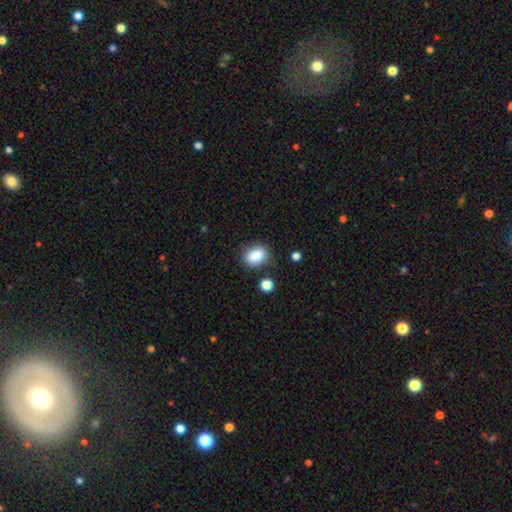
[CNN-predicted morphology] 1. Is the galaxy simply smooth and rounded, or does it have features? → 86% smooth, 9% star or artifact, 5% featured or disk.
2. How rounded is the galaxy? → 79% in between, 19% round, 2% cigar-shaped.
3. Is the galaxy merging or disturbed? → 75% none, 16% minor disturbance, 5% merger, 4% major disturbance.